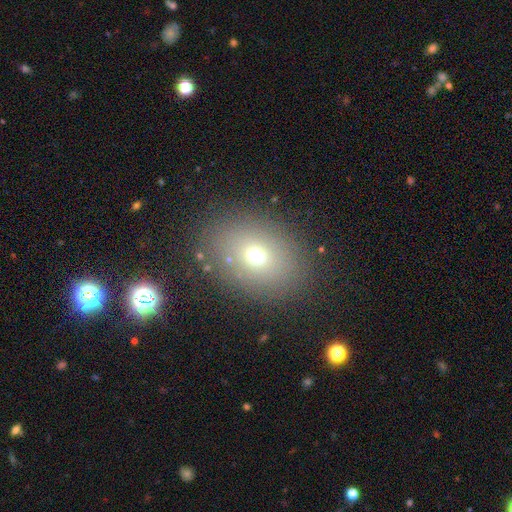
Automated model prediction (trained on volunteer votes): smooth 68%, star or artifact 18%, featured or disk 15%. Down the decision tree: how rounded — in between (59%); merging — none (84%).